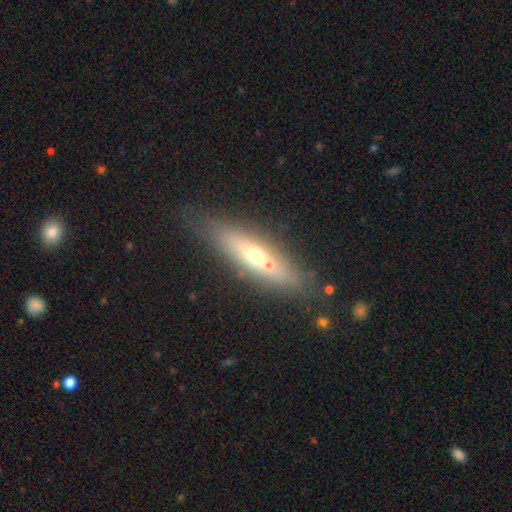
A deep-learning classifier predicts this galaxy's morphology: Smooth or featured? Predicted: featured or disk (p=0.51). Edge-on disk? Predicted: yes (p=0.67). Merging? Predicted: none (p=0.74).